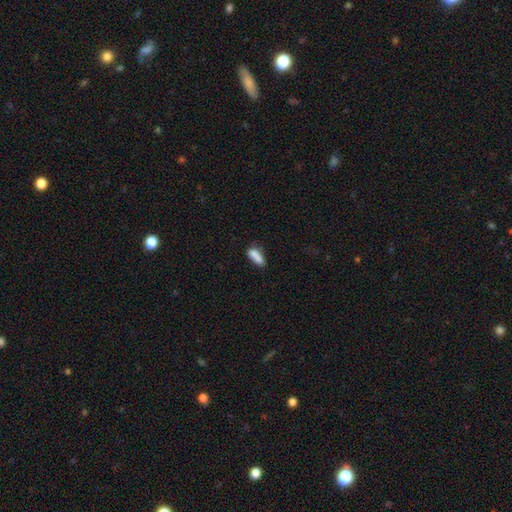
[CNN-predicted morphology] smooth 79%, featured or disk 12%, star or artifact 9%. Down the decision tree: how rounded — in between (68%); merging — none (43%).